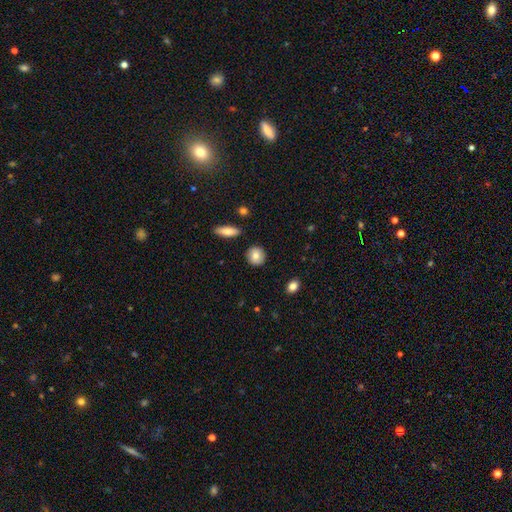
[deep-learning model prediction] A smooth galaxy with no disk features (81%) that is round (85%).

Vote fractions:
- Smooth or featured? smooth: 81% / featured or disk: 12% / star or artifact: 7%
- How rounded? round: 85% / in between: 13% / cigar-shaped: 2%
- Merging? none: 89% / minor disturbance: 8% / major disturbance: 2% / merger: 2%